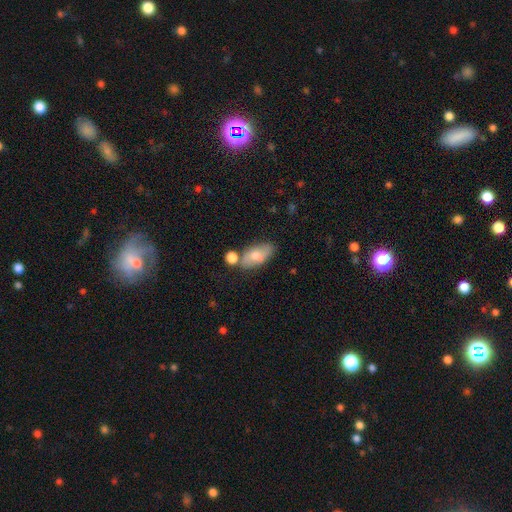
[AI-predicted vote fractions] smooth 64%, featured or disk 28%, star or artifact 8%. Down the decision tree: how rounded — in between (88%); merging — none (61%).